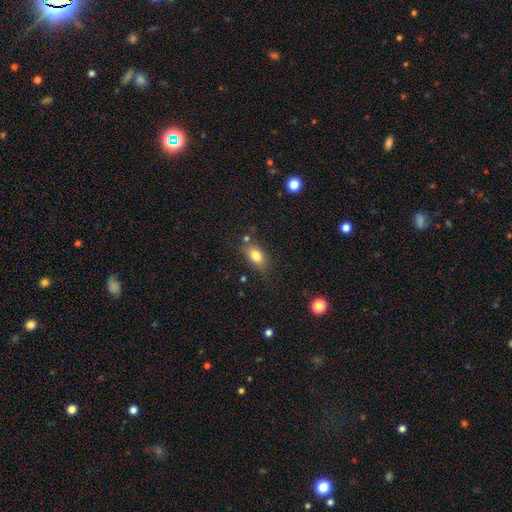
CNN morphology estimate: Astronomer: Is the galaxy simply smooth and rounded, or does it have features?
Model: smooth — 80%.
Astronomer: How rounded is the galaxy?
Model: in between — 83%.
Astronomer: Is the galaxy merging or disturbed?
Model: none — 71%.